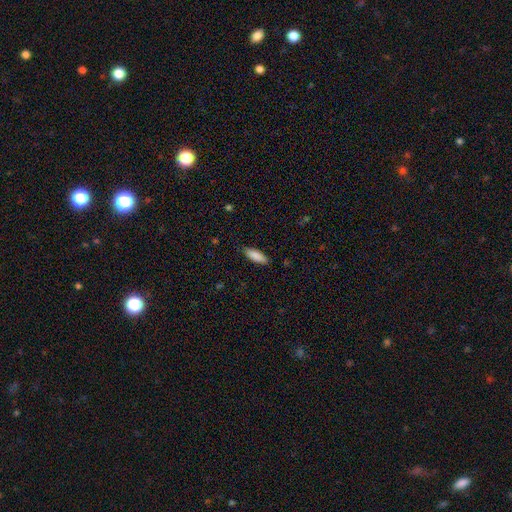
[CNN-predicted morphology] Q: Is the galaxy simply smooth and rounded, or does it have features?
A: smooth — 88%.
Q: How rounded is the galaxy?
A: in between — 60%.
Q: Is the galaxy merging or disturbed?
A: none — 84%.